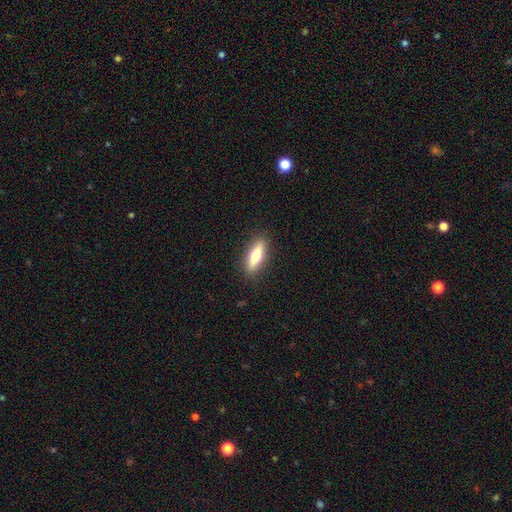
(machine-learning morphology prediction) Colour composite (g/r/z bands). It shows a smooth galaxy with no disk features (60%) that is cigar-shaped (55%). Merging: none (89%).